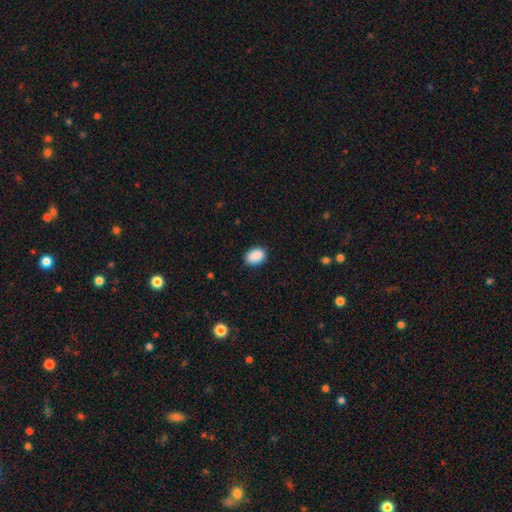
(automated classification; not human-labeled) smooth 89%, star or artifact 7%, featured or disk 3%. Down the decision tree: how rounded — in between (75%); merging — none (82%).